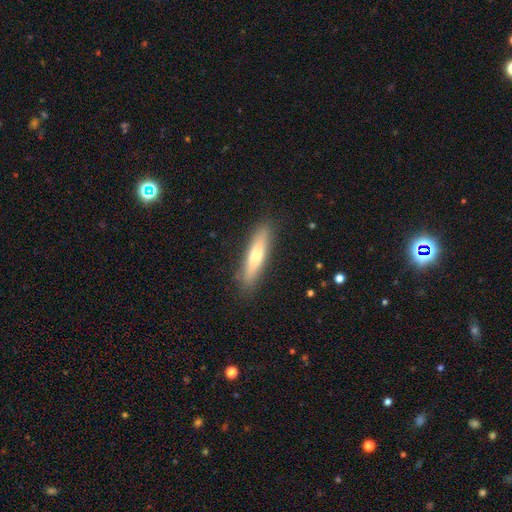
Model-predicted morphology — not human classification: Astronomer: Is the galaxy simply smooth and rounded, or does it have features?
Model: smooth — 63%.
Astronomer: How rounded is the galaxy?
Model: cigar-shaped — 81%.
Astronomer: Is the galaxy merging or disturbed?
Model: none — 87%.